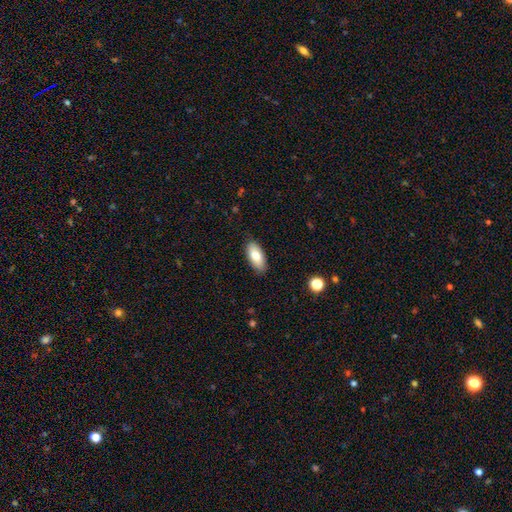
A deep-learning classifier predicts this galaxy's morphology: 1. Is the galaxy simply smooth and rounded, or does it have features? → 80% smooth, 14% featured or disk, 7% star or artifact.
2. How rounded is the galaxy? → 90% in between, 8% cigar-shaped, 2% round.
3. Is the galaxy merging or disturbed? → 86% none, 11% minor disturbance, 2% major disturbance, 1% merger.